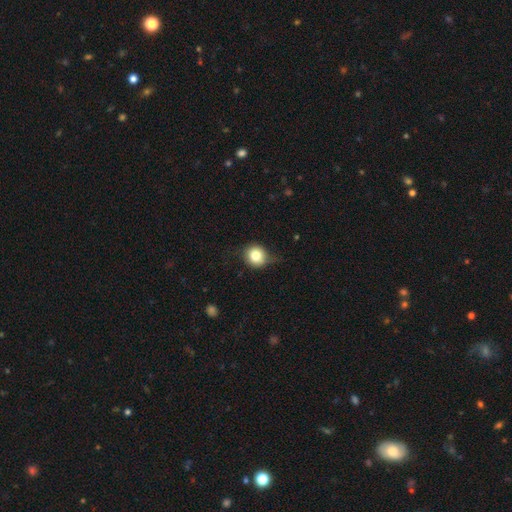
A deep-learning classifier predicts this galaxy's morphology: smooth 78%, featured or disk 13%, star or artifact 9%. Down the decision tree: how rounded — round (84%); merging — none (65%).